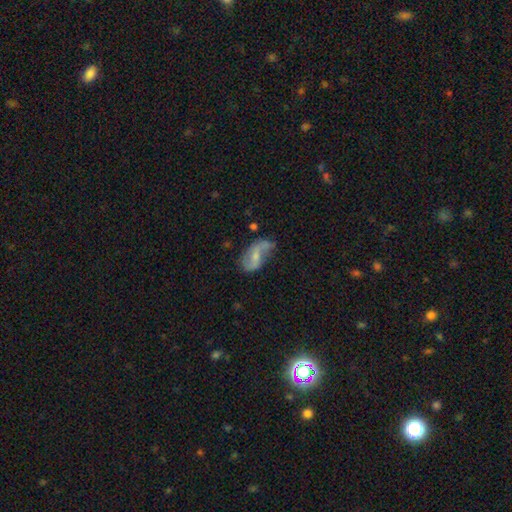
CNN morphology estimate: Q: Smooth or featured?
A: featured or disk (65%); runner-up: smooth (28%)
Q: Edge-on disk?
A: no (96%); runner-up: yes (4%)
Q: Bar?
A: weak (45%); runner-up: no (37%)
Q: Spiral arms?
A: yes (84%); runner-up: no (16%)
Q: Spiral winding?
A: loose (68%); runner-up: medium (24%)
Q: Spiral arm count?
A: 2 (84%); runner-up: can't tell (6%)
Q: Bulge size?
A: small (49%); runner-up: moderate (37%)
Q: Merging?
A: none (50%); runner-up: minor disturbance (29%)